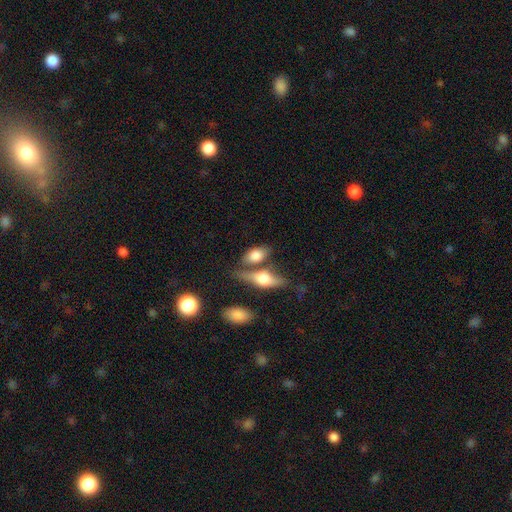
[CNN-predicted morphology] smooth-or-featured: smooth: 71% | featured or disk: 22% | star or artifact: 7%
  how-rounded: in between: 82% | cigar-shaped: 10% | round: 8%
  merging: none: 56% | merger: 25% | minor disturbance: 14% | major disturbance: 5%